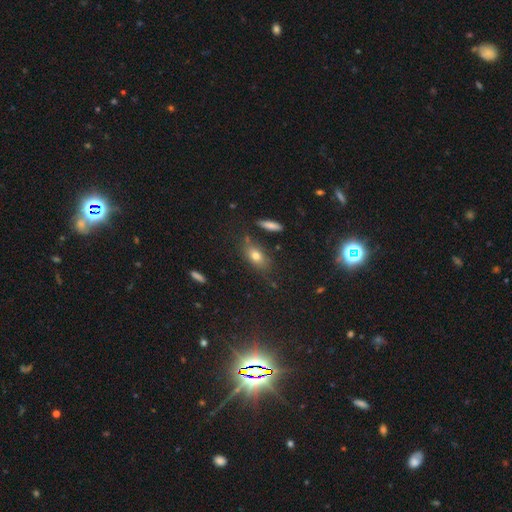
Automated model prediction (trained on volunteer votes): smooth-or-featured: smooth: 72% | featured or disk: 15% | star or artifact: 13%
  how-rounded: in between: 79% | round: 12% | cigar-shaped: 10%
  merging: none: 73% | minor disturbance: 16% | merger: 6% | major disturbance: 5%